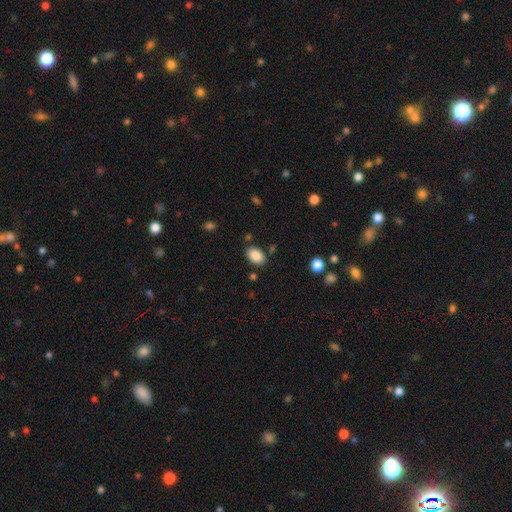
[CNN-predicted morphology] Smooth or featured: smooth — 88% (star or artifact — 8%)
How rounded: in between — 86% (round — 13%)
Merging: none — 83% (minor disturbance — 11%)